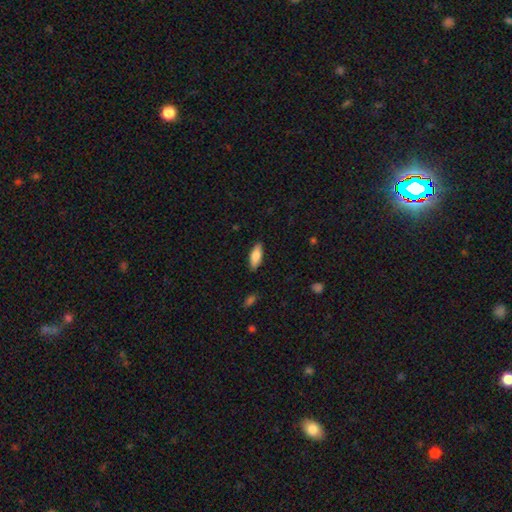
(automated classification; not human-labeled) Smooth or featured?
  - smooth: 79% *
  - featured or disk: 15%
  - star or artifact: 6%
How rounded?
  - in between: 68% *
  - cigar-shaped: 30%
  - round: 2%
Merging?
  - none: 87% *
  - minor disturbance: 10%
  - major disturbance: 2%
  - merger: 1%